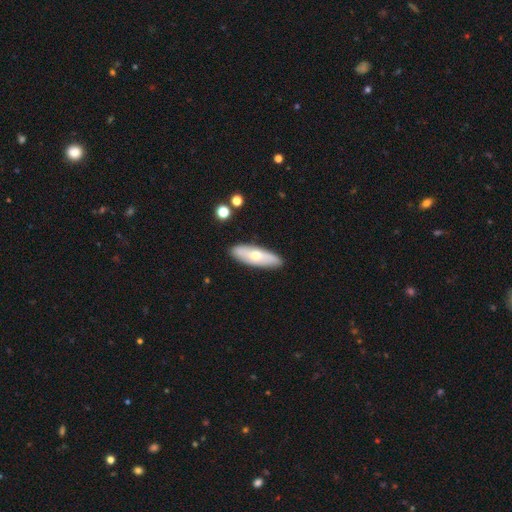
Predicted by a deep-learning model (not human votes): Smooth or featured?
  - smooth: 52% *
  - featured or disk: 42%
  - star or artifact: 6%
How rounded?
  - in between: 57% *
  - cigar-shaped: 41%
  - round: 2%
Merging?
  - none: 86% *
  - minor disturbance: 10%
  - major disturbance: 2%
  - merger: 2%